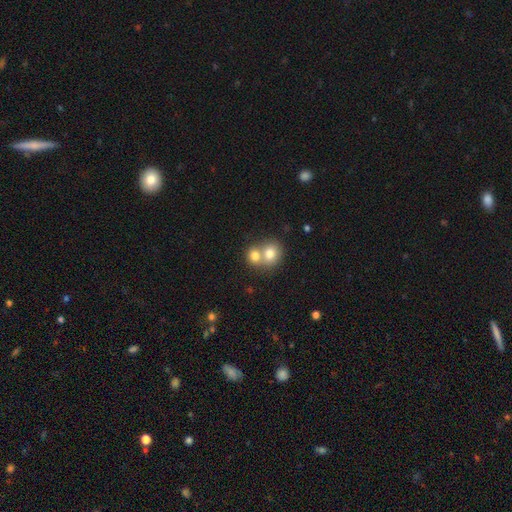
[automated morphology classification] Overall: smooth (75%). How rounded: round (70%). Merging: merger (66%; none 27%).